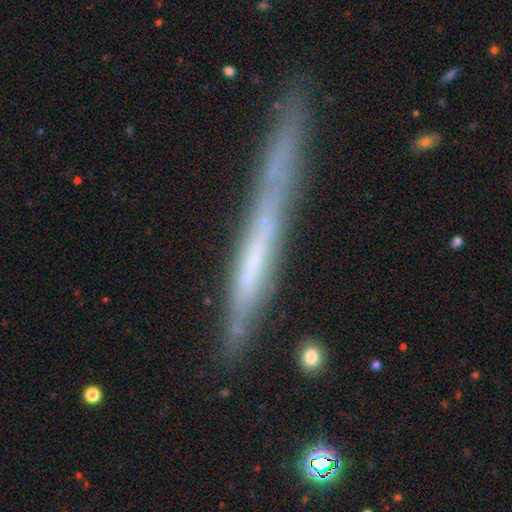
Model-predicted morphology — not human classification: Smooth or featured? Predicted: featured or disk (p=0.61). Edge-on disk? Predicted: yes (p=0.94). Edge-on bulge? Predicted: none (p=0.87). Merging? Predicted: none (p=0.81).